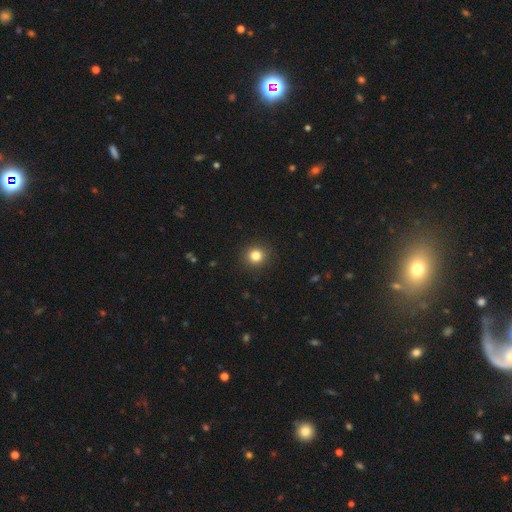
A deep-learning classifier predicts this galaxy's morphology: This appears to be a smooth galaxy with no disk features (83%) that is round (91%). Merging: none (92%).